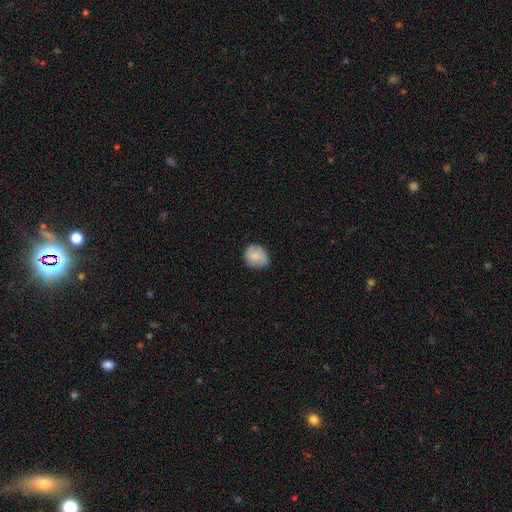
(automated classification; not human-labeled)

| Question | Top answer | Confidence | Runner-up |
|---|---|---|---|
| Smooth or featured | smooth | 77% | featured or disk (16%) |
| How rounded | round | 73% | in between (26%) |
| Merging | none | 75% | minor disturbance (20%) |